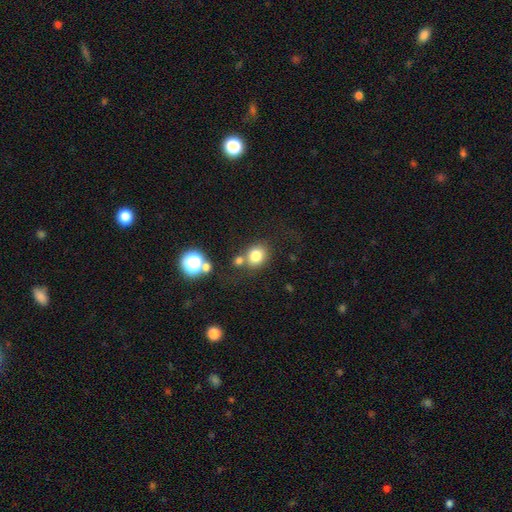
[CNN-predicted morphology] Smooth or featured?
  - smooth: 78% *
  - star or artifact: 13%
  - featured or disk: 9%
How rounded?
  - round: 70% *
  - in between: 29%
  - cigar-shaped: 1%
Merging?
  - none: 64% *
  - merger: 19%
  - minor disturbance: 12%
  - major disturbance: 5%